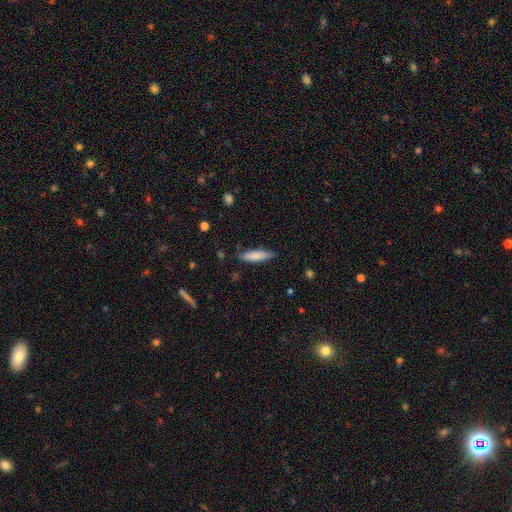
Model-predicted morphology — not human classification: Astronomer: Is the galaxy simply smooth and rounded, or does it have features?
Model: smooth — 80%.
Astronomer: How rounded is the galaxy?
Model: cigar-shaped — 74%.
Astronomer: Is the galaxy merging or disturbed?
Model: none — 81%.